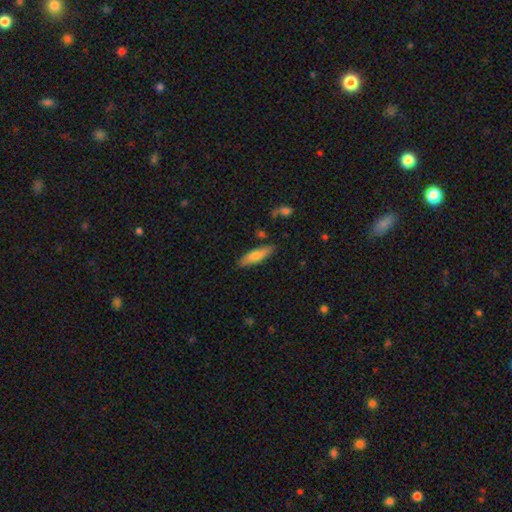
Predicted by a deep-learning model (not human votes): Smooth or featured? Predicted: smooth (p=0.71). How rounded? Predicted: cigar-shaped (p=0.56). Merging? Predicted: none (p=0.82).